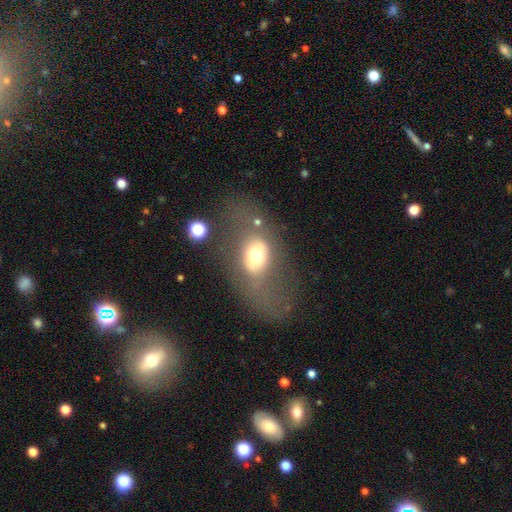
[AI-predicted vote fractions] This is possibly a smooth galaxy (53%). How rounded: likely in between (71%). Merging: possibly none (49%).